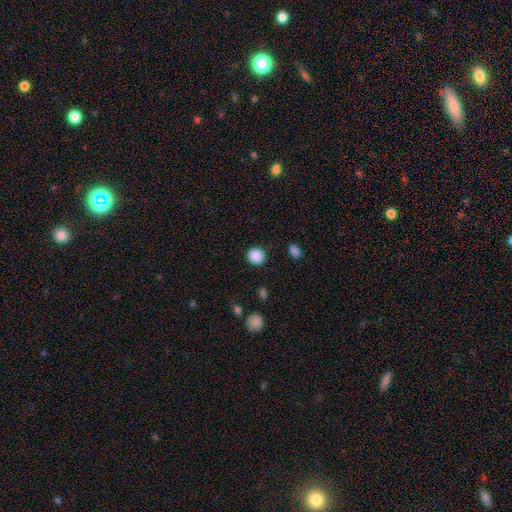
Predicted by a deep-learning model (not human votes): The model was most divided on "how rounded": round: 87%, in between: 12%, cigar-shaped: 1%. More confident: merging — none (88%); smooth or featured — smooth (88%).